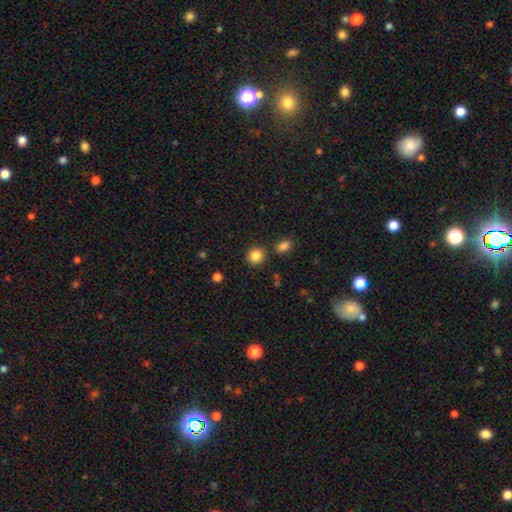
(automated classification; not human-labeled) Q: Smooth or featured?
A: smooth (86%); runner-up: star or artifact (10%)
Q: How rounded?
A: round (83%); runner-up: in between (16%)
Q: Merging?
A: none (84%); runner-up: minor disturbance (7%)